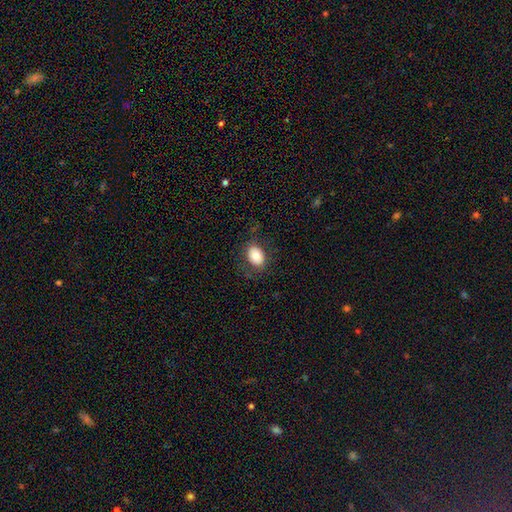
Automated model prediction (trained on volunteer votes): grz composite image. It shows a smooth galaxy with no disk features (79%) that is in between round and cigar-shaped (74%). Merging: none (80%).